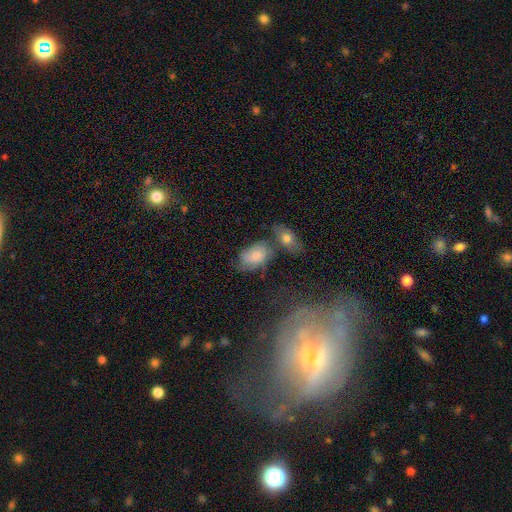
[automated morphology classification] A smooth galaxy with no disk features (56%) that is in between round and cigar-shaped (88%).

Vote fractions:
- Smooth or featured? smooth: 56% / featured or disk: 35% / star or artifact: 9%
- How rounded? in between: 88% / round: 10% / cigar-shaped: 2%
- Merging? none: 45% / minor disturbance: 24% / merger: 20% / major disturbance: 11%